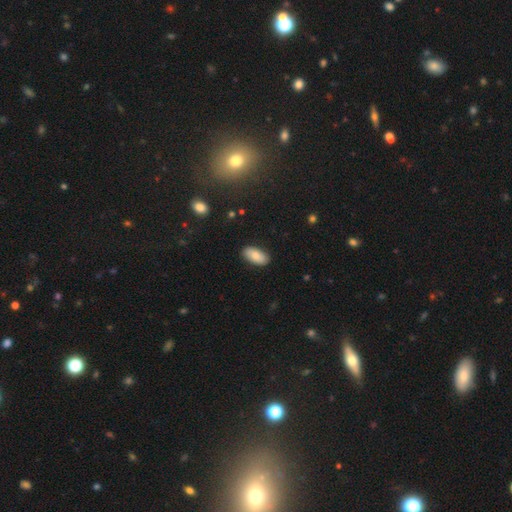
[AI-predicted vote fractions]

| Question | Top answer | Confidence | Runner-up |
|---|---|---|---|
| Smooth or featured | smooth | 77% | featured or disk (16%) |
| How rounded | in between | 94% | cigar-shaped (4%) |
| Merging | none | 86% | minor disturbance (11%) |